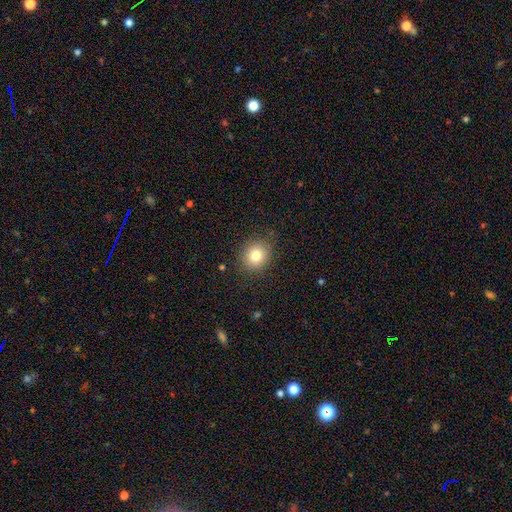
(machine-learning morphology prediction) A smooth galaxy with no disk features (81%) that is round (77%).

Vote fractions:
- Smooth or featured? smooth: 81% / star or artifact: 11% / featured or disk: 9%
- How rounded? round: 77% / in between: 23% / cigar-shaped: 1%
- Merging? none: 86% / minor disturbance: 10% / major disturbance: 3% / merger: 1%